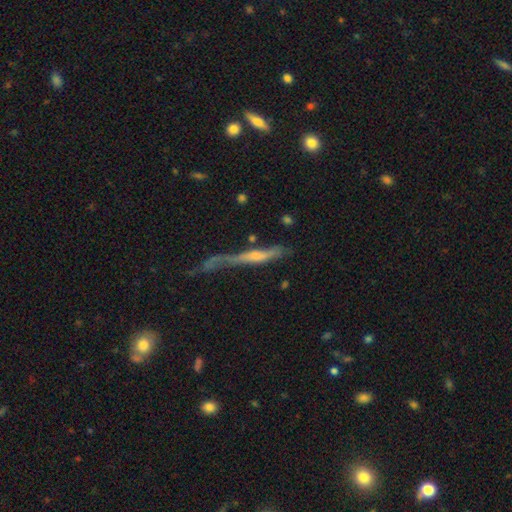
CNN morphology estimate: This is possibly a featured or disk galaxy (57%). It is likely viewed edge-on (80%). Merging: marginally none (36%).